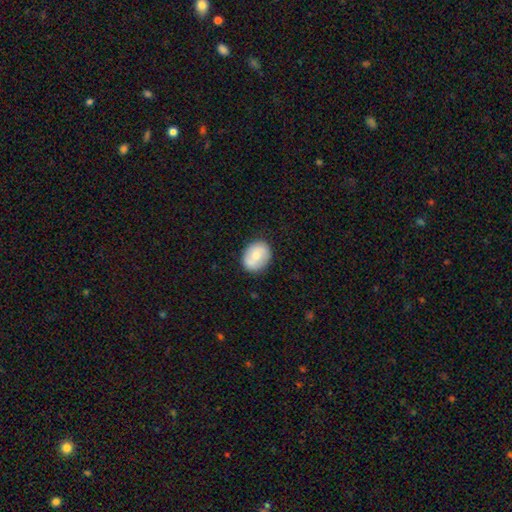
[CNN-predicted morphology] smooth_or_featured: smooth (p=0.64) [alt: featured or disk p=0.30]
how_rounded: in between (p=0.53) [alt: round p=0.46]
merging: none (p=0.80) [alt: minor disturbance p=0.14]